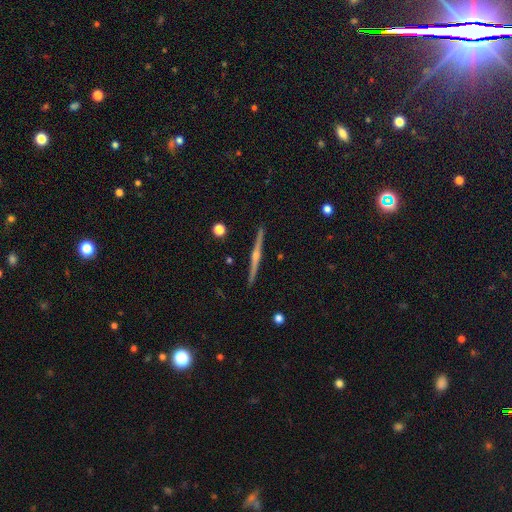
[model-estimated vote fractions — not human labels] Smooth or featured?
  - featured or disk: 83% *
  - smooth: 12%
  - star or artifact: 5%
Edge-on disk?
  - yes: 99% *
  - no: 1%
Edge-on bulge?
  - rounded: 87% *
  - none: 8%
  - boxy: 5%
Merging?
  - none: 93% *
  - minor disturbance: 5%
  - major disturbance: 1%
  - merger: 1%